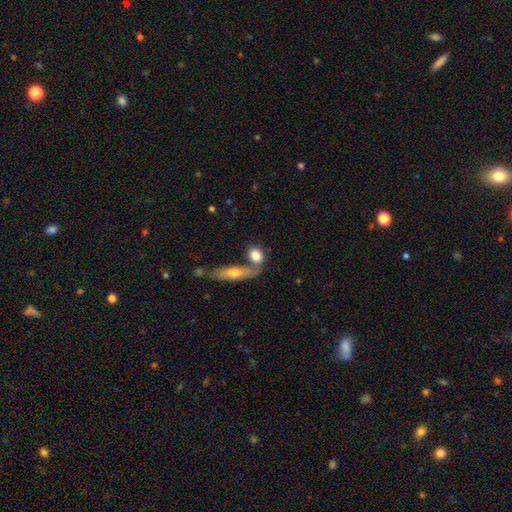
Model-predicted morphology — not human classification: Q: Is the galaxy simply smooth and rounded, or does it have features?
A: smooth — 79%.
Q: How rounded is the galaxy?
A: in between — 64%.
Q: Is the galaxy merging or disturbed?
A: none — 45%.